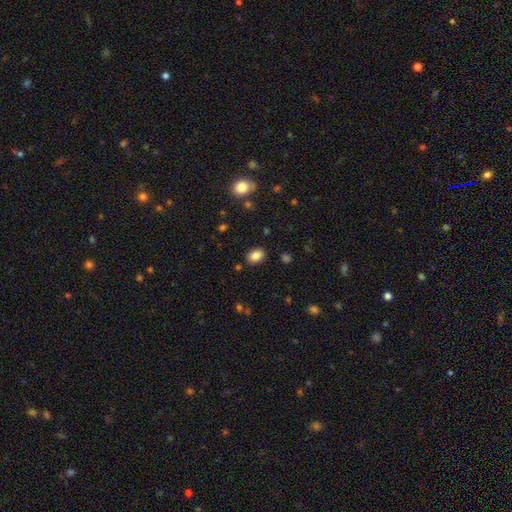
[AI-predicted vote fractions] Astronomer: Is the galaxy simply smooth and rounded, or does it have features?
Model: smooth — 85%.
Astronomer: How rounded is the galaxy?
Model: in between — 77%.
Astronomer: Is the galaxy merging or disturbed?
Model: none — 86%.